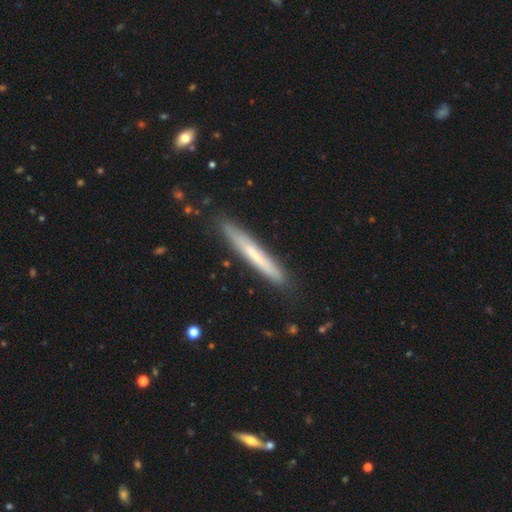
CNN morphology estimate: The model was most divided on "smooth or featured": smooth: 55%, featured or disk: 39%, star or artifact: 6%. More confident: how rounded — cigar-shaped (96%); merging — none (86%).